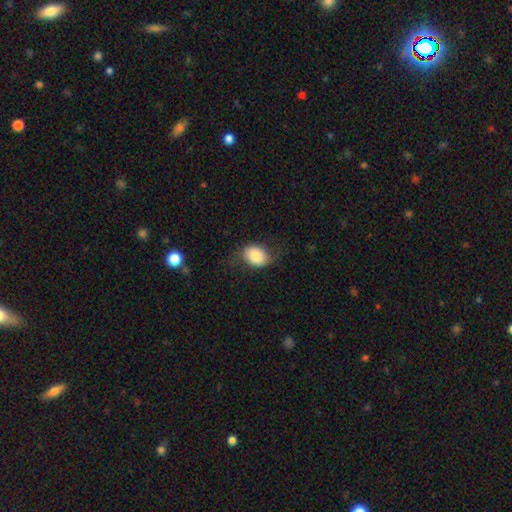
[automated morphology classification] smooth-or-featured: smooth: 75% | featured or disk: 17% | star or artifact: 8%
  how-rounded: in between: 62% | round: 37% | cigar-shaped: 1%
  merging: none: 67% | minor disturbance: 22% | major disturbance: 10% | merger: 1%